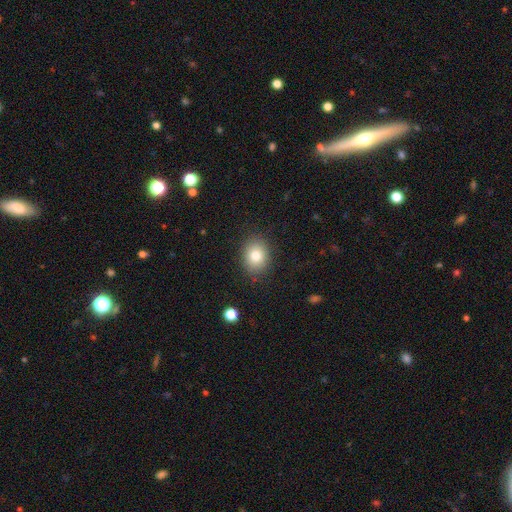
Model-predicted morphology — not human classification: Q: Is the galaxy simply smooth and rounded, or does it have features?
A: smooth — 80%.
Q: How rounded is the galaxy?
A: round — 52%.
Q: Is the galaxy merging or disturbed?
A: none — 86%.